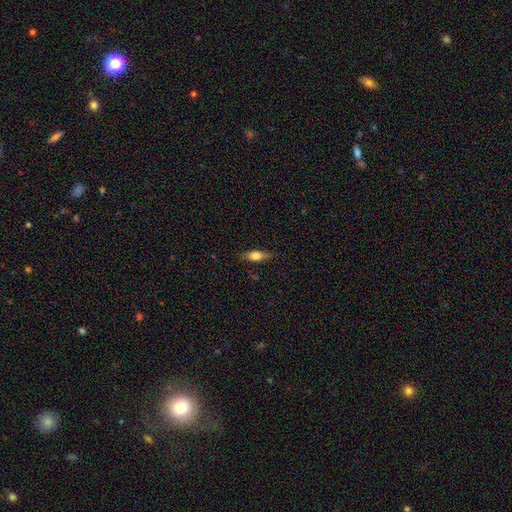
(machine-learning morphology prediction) A smooth galaxy with no disk features (66%) that is in between round and cigar-shaped (63%). Merging: none (82%).